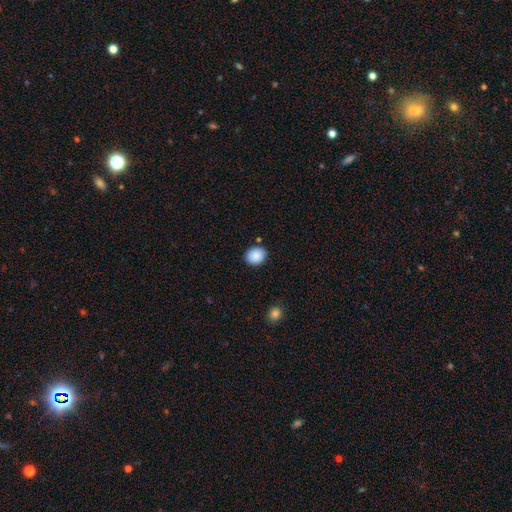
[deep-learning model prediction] This is clearly a smooth galaxy (89%). How rounded: likely round (69%). Merging: clearly none (86%).